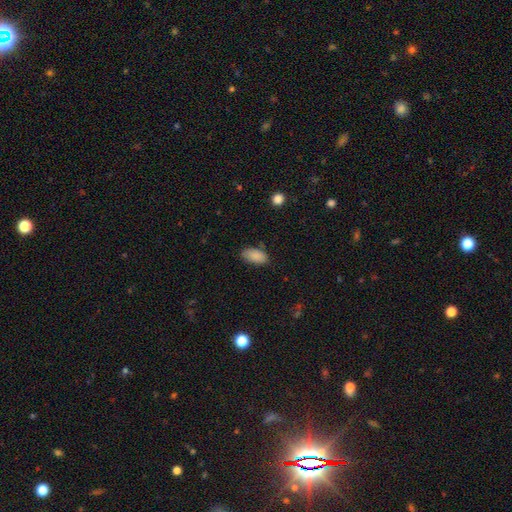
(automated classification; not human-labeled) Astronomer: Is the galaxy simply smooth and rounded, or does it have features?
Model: smooth — 88%.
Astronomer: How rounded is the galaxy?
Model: in between — 93%.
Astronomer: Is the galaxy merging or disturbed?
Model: none — 75%.